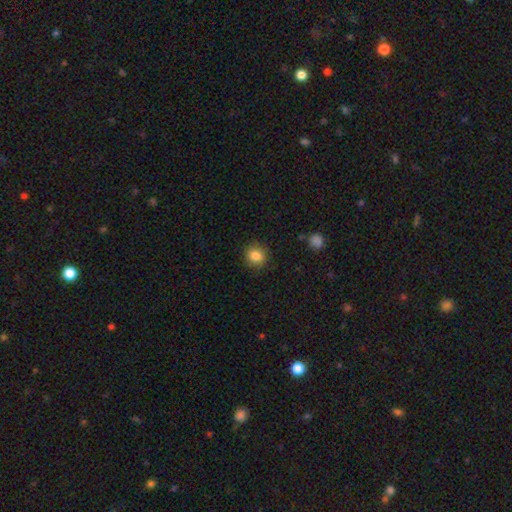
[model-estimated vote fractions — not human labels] Smooth or featured? Predicted: smooth (p=0.85). How rounded? Predicted: round (p=0.82). Merging? Predicted: none (p=0.88).